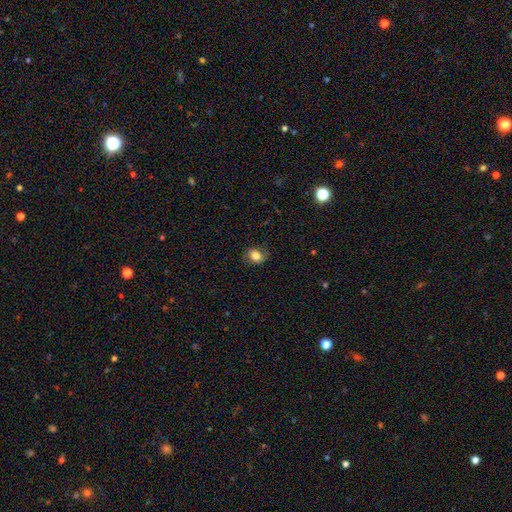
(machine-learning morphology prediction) Overall: smooth (79%). How rounded: in between (52%; round 47%). Merging: none (74%).